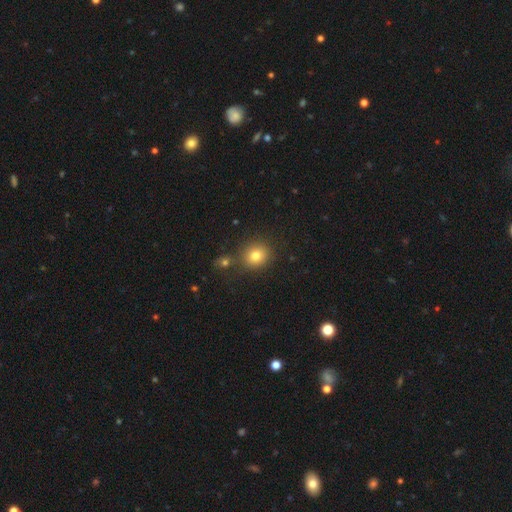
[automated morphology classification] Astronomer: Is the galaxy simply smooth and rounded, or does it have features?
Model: smooth — 79%.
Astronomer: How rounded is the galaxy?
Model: round — 83%.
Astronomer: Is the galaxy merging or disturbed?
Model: none — 76%.